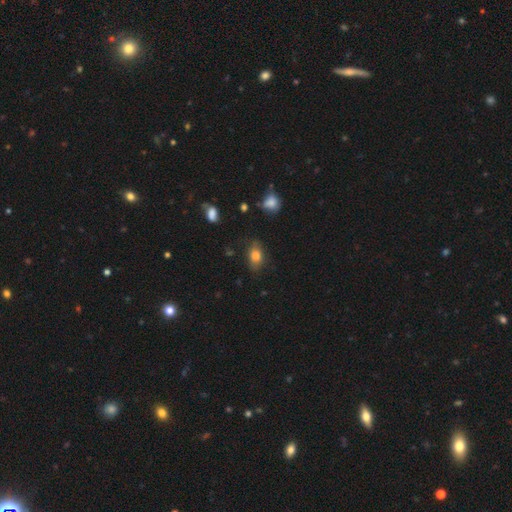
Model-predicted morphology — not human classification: This appears to be a smooth galaxy with no disk features (79%) that is in between round and cigar-shaped (79%). Merging: none (74%).